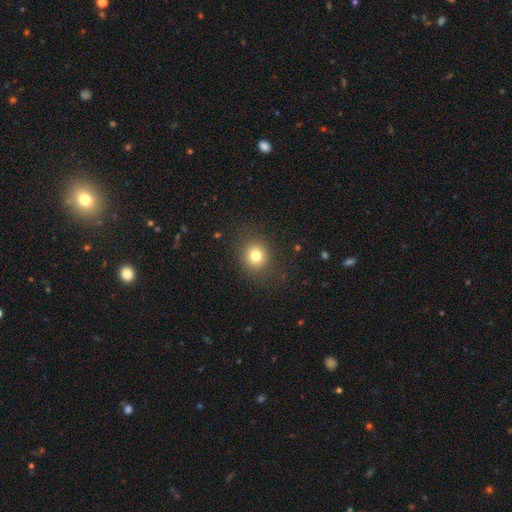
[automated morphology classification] type=smooth (78%); roundness=round (81%); merging=none (86%).